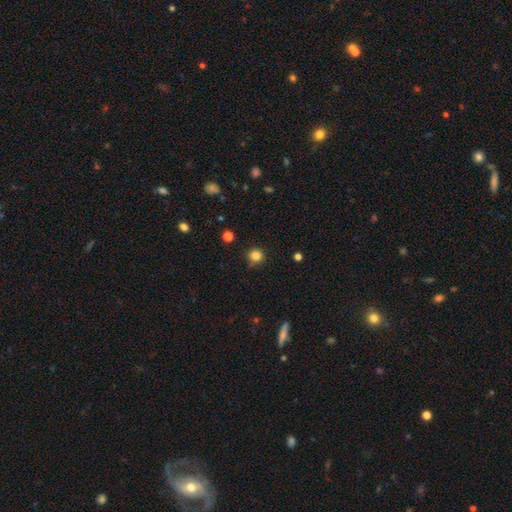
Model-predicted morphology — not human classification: Smooth or featured?
  - smooth: 83% *
  - star or artifact: 13%
  - featured or disk: 4%
How rounded?
  - round: 91% *
  - in between: 8%
  - cigar-shaped: 1%
Merging?
  - none: 80% *
  - minor disturbance: 14%
  - major disturbance: 3%
  - merger: 3%